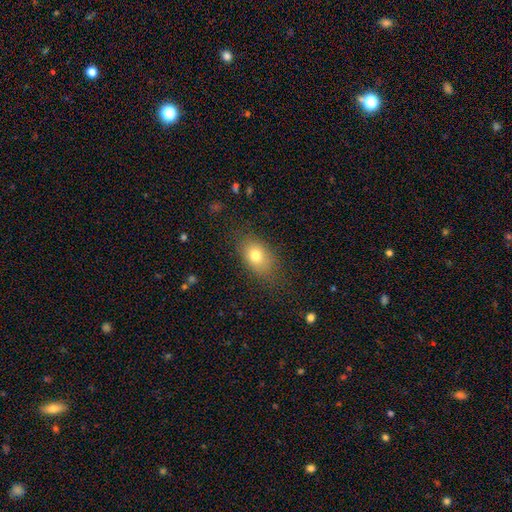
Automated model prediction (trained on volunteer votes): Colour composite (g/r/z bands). It shows a smooth galaxy with no disk features (76%) that is in between round and cigar-shaped (77%). Merging: none (77%).